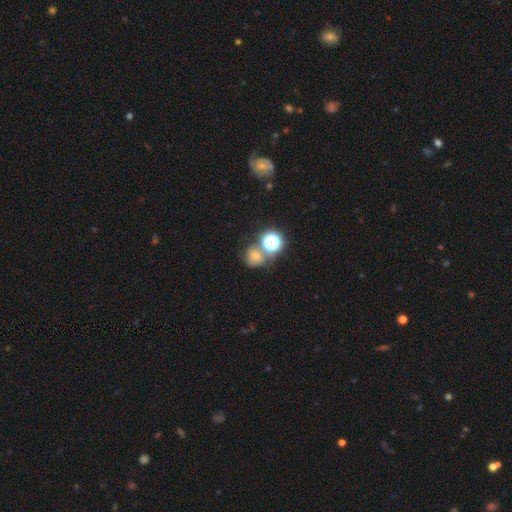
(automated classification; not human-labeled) The model was most divided on "merging": none: 49%, merger: 29%, minor disturbance: 14%, major disturbance: 8%. More confident: how rounded — round (74%); smooth or featured — smooth (59%).